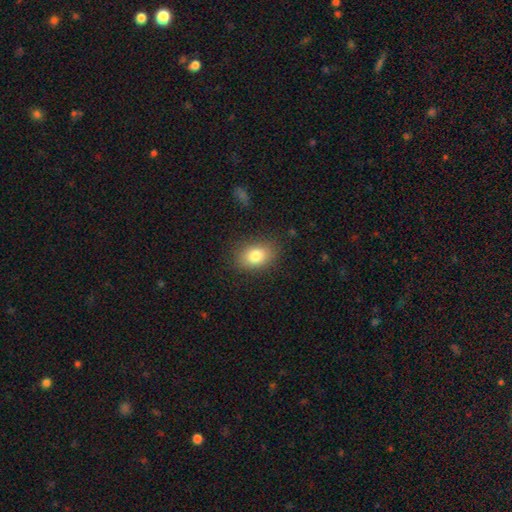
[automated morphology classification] The model was most divided on "how rounded": in between: 75%, round: 24%, cigar-shaped: 1%. More confident: merging — none (84%); smooth or featured — smooth (82%).